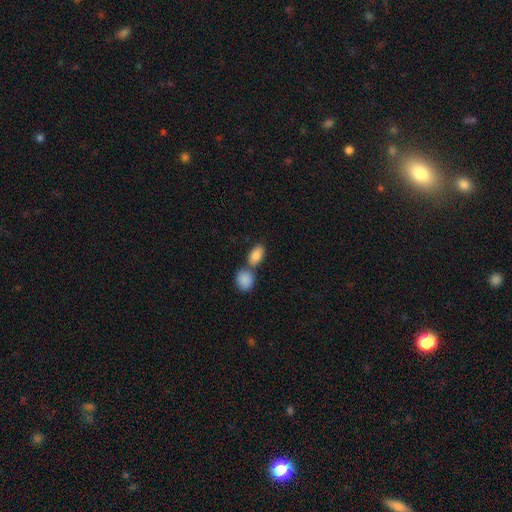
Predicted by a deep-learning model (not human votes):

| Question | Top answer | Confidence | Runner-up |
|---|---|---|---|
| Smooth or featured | smooth | 87% | star or artifact (7%) |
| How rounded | in between | 88% | round (10%) |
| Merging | merger | 46% | none (43%) |